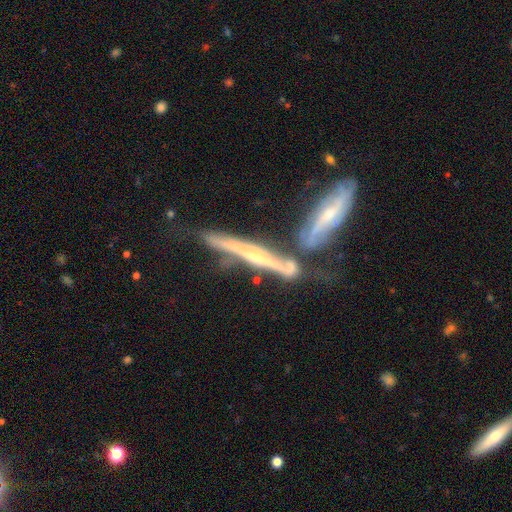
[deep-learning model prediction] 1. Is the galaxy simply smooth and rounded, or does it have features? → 82% featured or disk, 12% smooth, 6% star or artifact.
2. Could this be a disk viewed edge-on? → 92% yes, 8% no.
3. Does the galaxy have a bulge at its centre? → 76% rounded, 18% none, 6% boxy.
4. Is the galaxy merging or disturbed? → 50% none, 29% merger, 16% minor disturbance, 5% major disturbance.